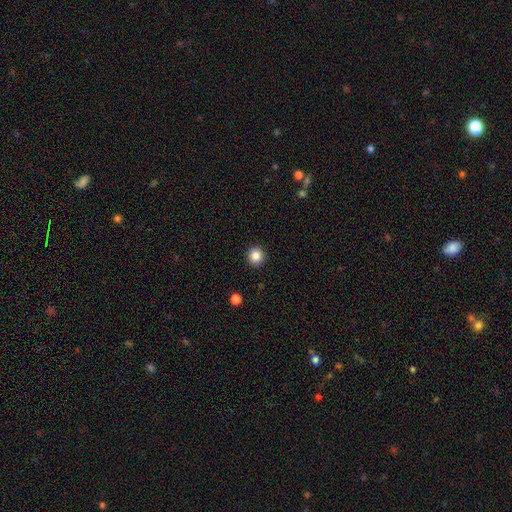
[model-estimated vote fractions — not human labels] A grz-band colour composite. It shows a smooth galaxy with no disk features (86%) that is round (94%). Merging: none (92%).